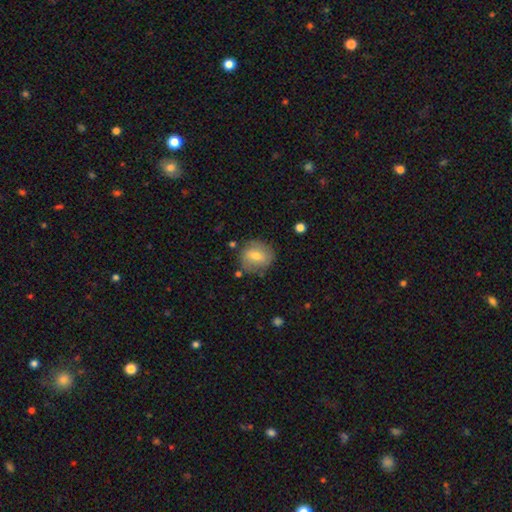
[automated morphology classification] Smooth or featured: smooth — 63% (featured or disk — 29%)
How rounded: round — 78% (in between — 21%)
Merging: none — 77% (minor disturbance — 15%)